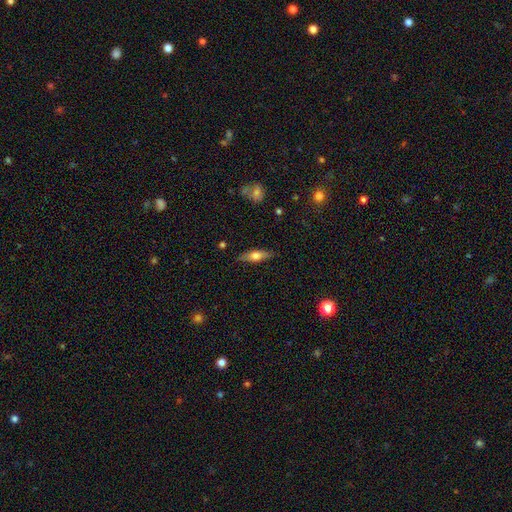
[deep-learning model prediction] This is possibly a smooth galaxy (50%). Merging: clearly none (86%).